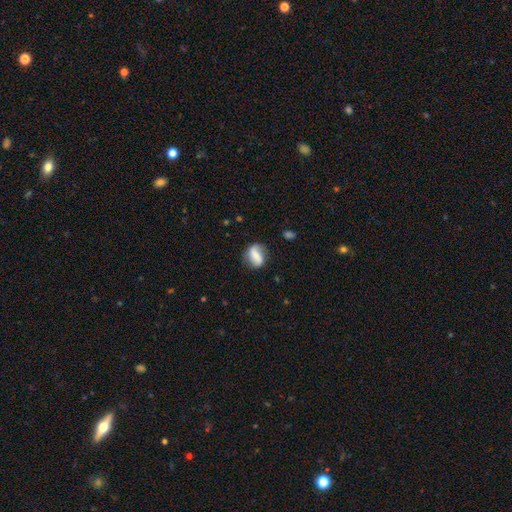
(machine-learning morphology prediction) Q: Smooth or featured?
A: smooth (53%); runner-up: featured or disk (38%)
Q: How rounded?
A: in between (66%); runner-up: round (28%)
Q: Merging?
A: none (66%); runner-up: minor disturbance (22%)